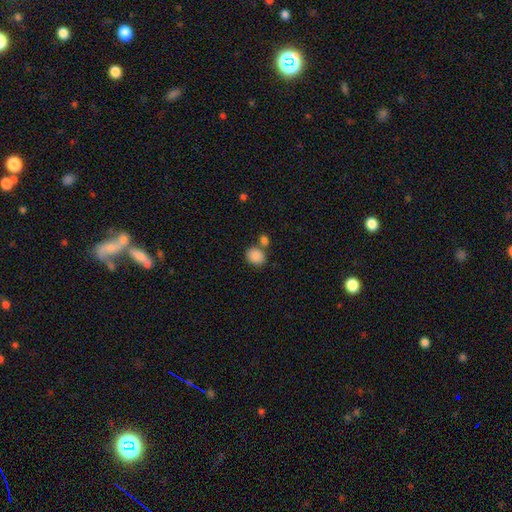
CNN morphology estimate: A smooth galaxy with no disk features (87%) that is round (61%). Merging: none (57%).